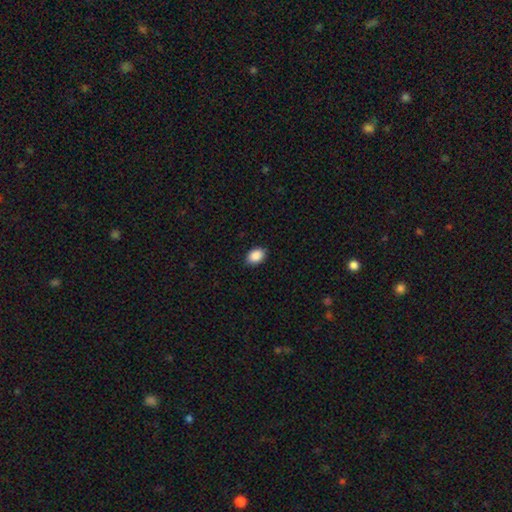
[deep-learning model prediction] Smooth or featured? smooth (90%)
How rounded? in between (78%)
Merging? none (87%)